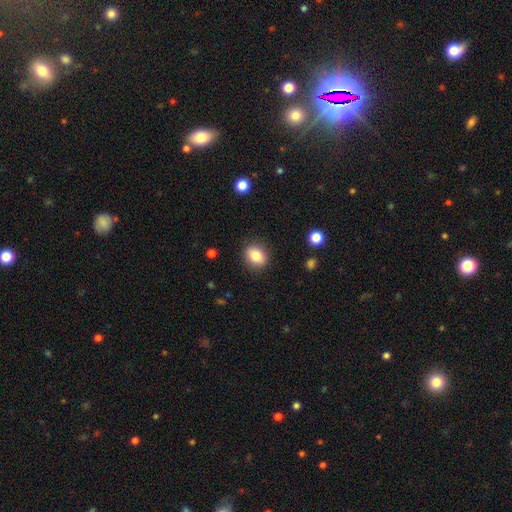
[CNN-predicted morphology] type=smooth (84%); roundness=round (53%); merging=none (88%).